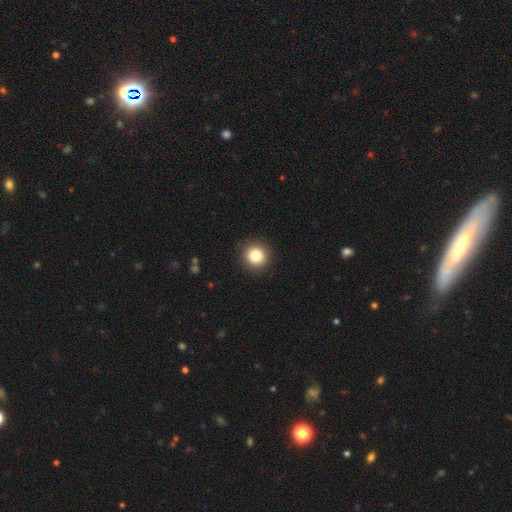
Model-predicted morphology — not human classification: Smooth or featured? smooth (83%)
How rounded? round (94%)
Merging? none (91%)